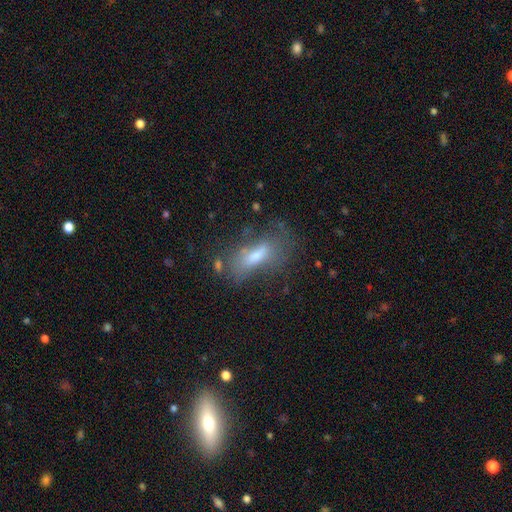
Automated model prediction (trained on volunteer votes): A smooth galaxy with no disk features (52%) that is in between round and cigar-shaped (60%).

Vote fractions:
- Smooth or featured? smooth: 52% / featured or disk: 37% / star or artifact: 12%
- How rounded? in between: 60% / cigar-shaped: 37% / round: 3%
- Merging? none: 47% / minor disturbance: 25% / major disturbance: 23% / merger: 6%